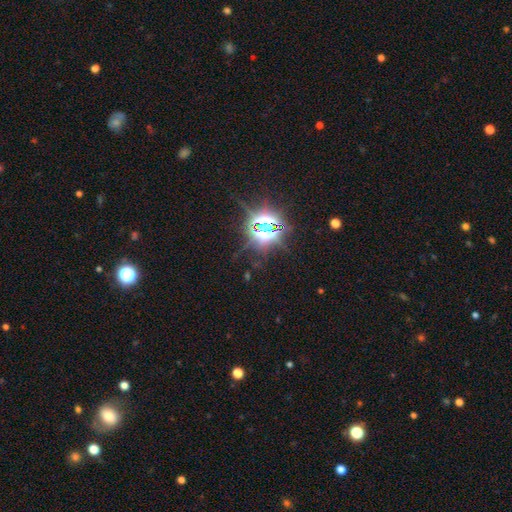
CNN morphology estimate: The model was most divided on "smooth or featured": star or artifact: 83%, smooth: 11%, featured or disk: 6%.